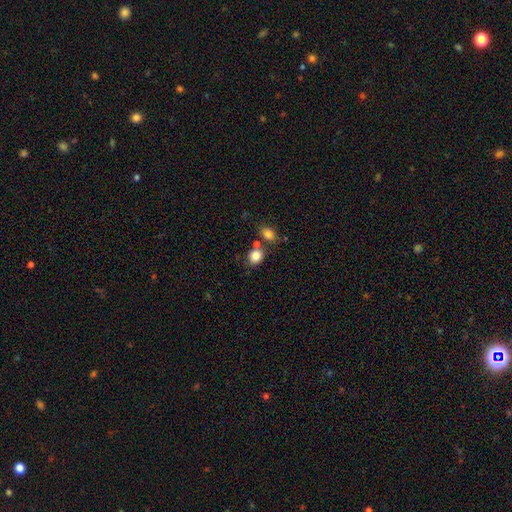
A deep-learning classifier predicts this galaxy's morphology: The model was most divided on "how rounded": round: 63%, in between: 36%, cigar-shaped: 1%. More confident: smooth or featured — smooth (84%); merging — none (61%).